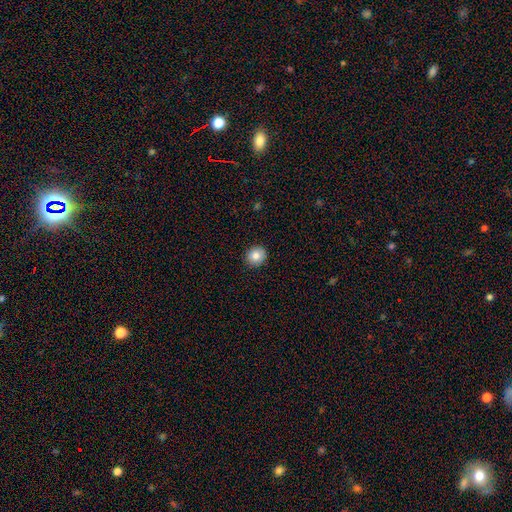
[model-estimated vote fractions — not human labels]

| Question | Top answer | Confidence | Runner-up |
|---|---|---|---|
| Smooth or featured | smooth | 83% | star or artifact (9%) |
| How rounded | round | 84% | in between (15%) |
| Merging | none | 92% | minor disturbance (6%) |